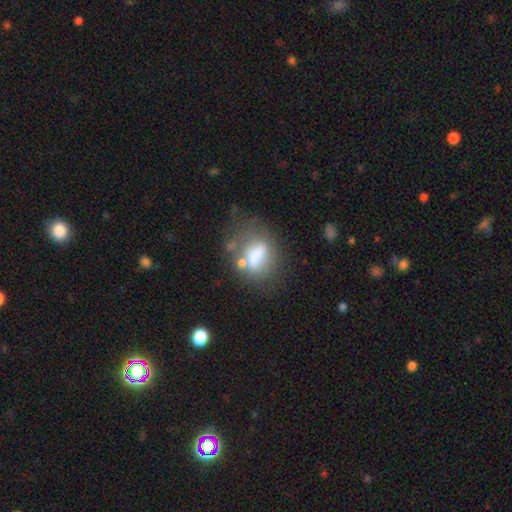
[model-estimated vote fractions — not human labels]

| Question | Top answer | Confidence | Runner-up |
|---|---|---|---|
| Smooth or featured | smooth | 57% | featured or disk (30%) |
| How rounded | in between | 68% | round (26%) |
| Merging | none | 36% | major disturbance (22%) |